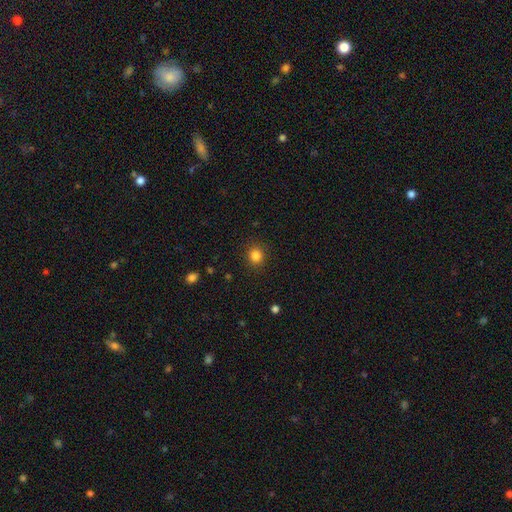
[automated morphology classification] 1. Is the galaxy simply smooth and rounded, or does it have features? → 84% smooth, 12% star or artifact, 4% featured or disk.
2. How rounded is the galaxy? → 87% round, 12% in between, 1% cigar-shaped.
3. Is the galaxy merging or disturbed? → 89% none, 7% minor disturbance, 3% major disturbance, 1% merger.